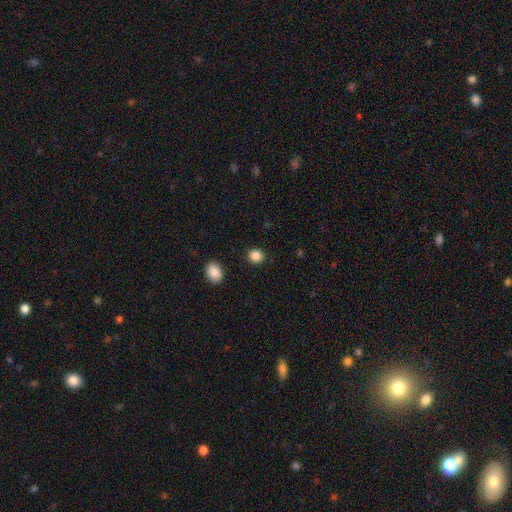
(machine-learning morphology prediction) The model was most divided on "how rounded": round: 80%, in between: 19%, cigar-shaped: 1%. More confident: merging — none (90%); smooth or featured — smooth (87%).